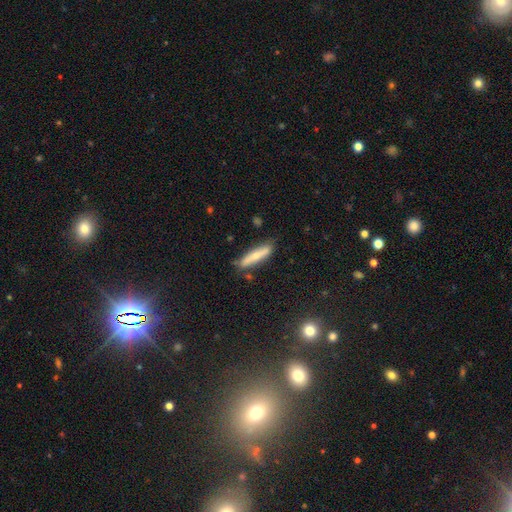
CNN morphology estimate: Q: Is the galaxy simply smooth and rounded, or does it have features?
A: smooth — 67%.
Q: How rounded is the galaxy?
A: cigar-shaped — 86%.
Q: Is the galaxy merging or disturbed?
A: none — 77%.